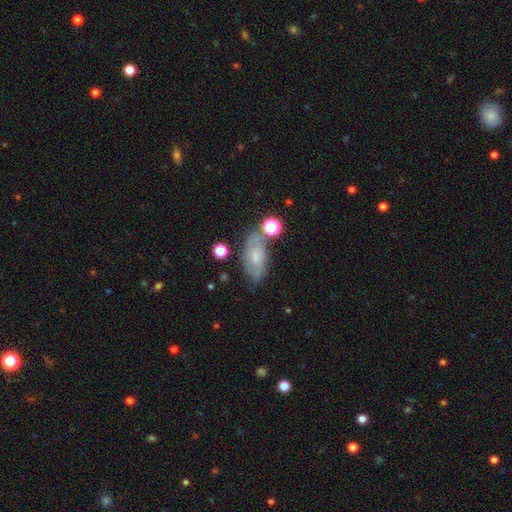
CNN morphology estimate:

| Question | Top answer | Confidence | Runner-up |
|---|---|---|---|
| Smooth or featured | featured or disk | 52% | smooth (36%) |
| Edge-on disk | no | 90% | yes (10%) |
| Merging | none | 60% | minor disturbance (21%) |